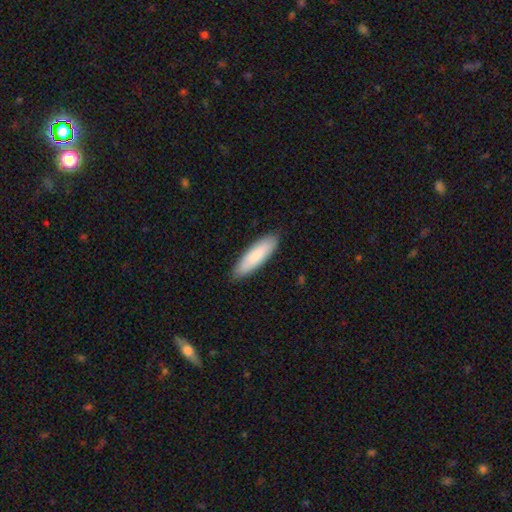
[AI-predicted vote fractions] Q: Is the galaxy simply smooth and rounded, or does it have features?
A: smooth — 83%.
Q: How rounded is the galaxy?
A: cigar-shaped — 58%.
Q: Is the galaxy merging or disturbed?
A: none — 87%.